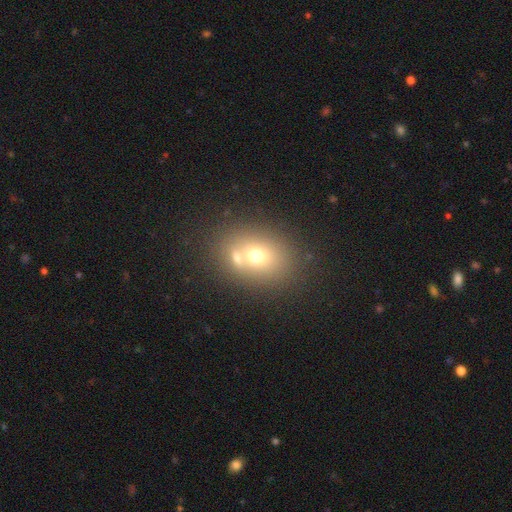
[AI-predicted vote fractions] Smooth or featured? Predicted: smooth (p=0.66). How rounded? Predicted: in between (p=0.53). Merging? Predicted: none (p=0.51).